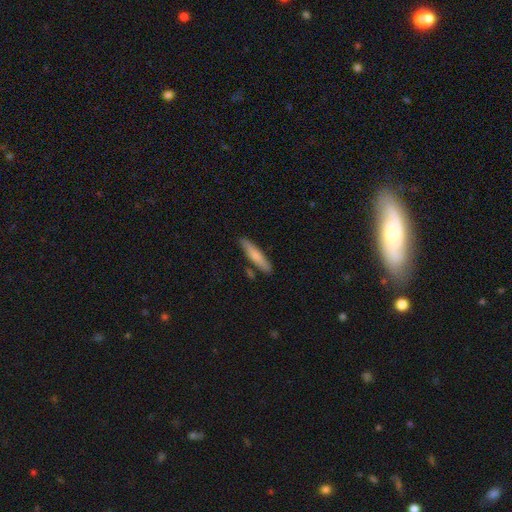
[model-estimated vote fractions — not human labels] Smooth or featured? smooth (72%)
How rounded? cigar-shaped (87%)
Merging? none (82%)